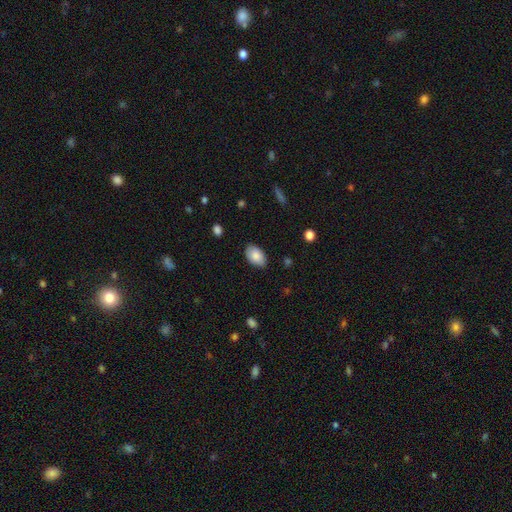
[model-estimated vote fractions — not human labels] This is clearly a smooth galaxy (85%). How rounded: clearly in between (92%). Merging: clearly none (84%).